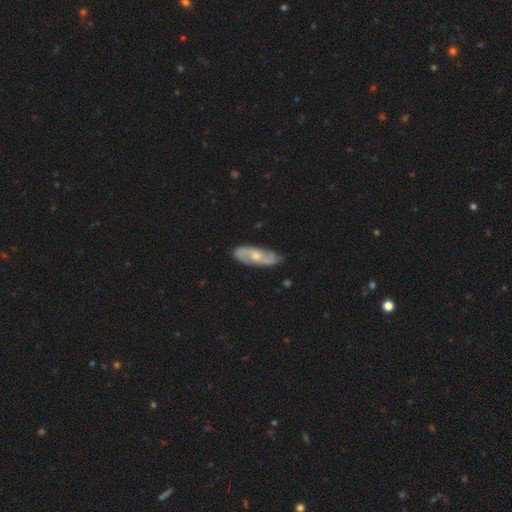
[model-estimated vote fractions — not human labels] This is likely a featured or disk galaxy (69%). It is clearly not viewed edge-on (87%). Bar: likely no (61%). Spiral arm pattern: clearly yes (90%). Spiral arm count: clearly 2 (82%). Spiral winding: possibly medium (46%). Central bulge: possibly moderate (51%). Merging: likely none (79%).